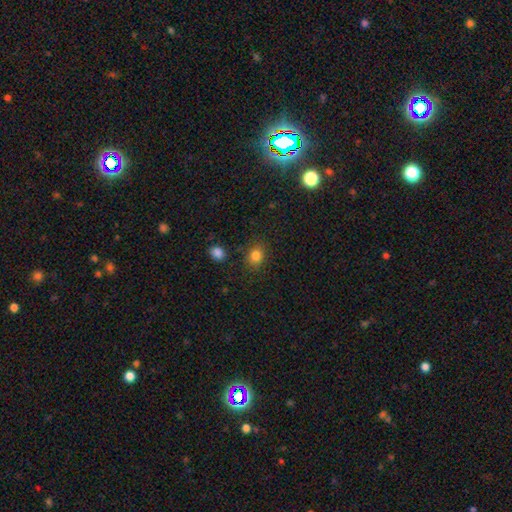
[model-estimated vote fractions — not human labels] The model was most divided on "how rounded": round: 63%, in between: 36%, cigar-shaped: 1%. More confident: merging — none (83%); smooth or featured — smooth (82%).